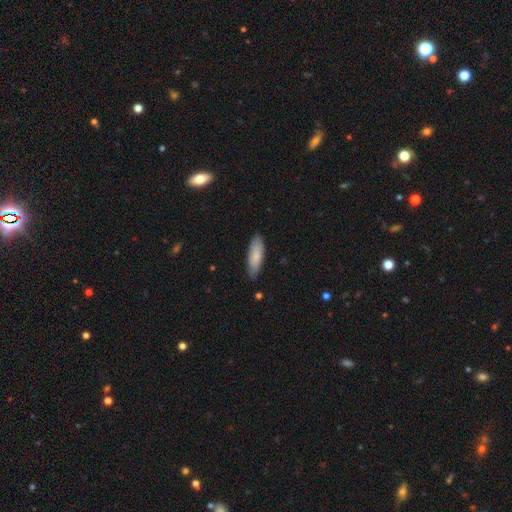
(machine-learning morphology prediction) Smooth or featured: smooth — 81% (featured or disk — 13%)
How rounded: in between — 53% (cigar-shaped — 45%)
Merging: none — 82% (minor disturbance — 14%)